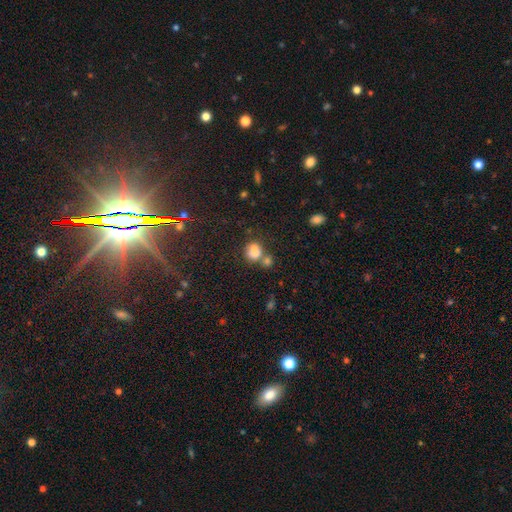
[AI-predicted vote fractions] smooth 74%, star or artifact 17%, featured or disk 10%. Down the decision tree: how rounded — round (65%); merging — none (42%).